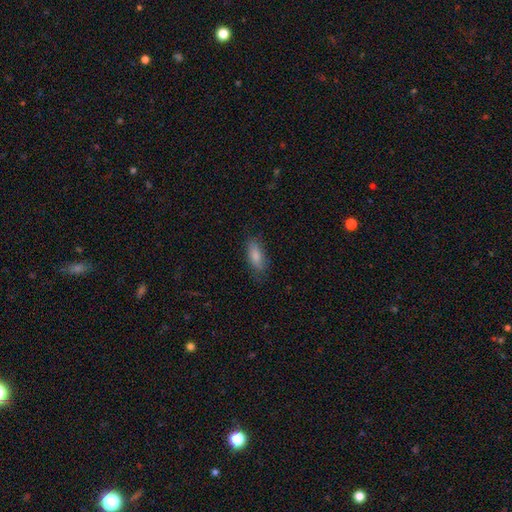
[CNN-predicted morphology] Smooth or featured: smooth — 83% (featured or disk — 10%)
How rounded: in between — 79% (cigar-shaped — 19%)
Merging: none — 78% (minor disturbance — 17%)